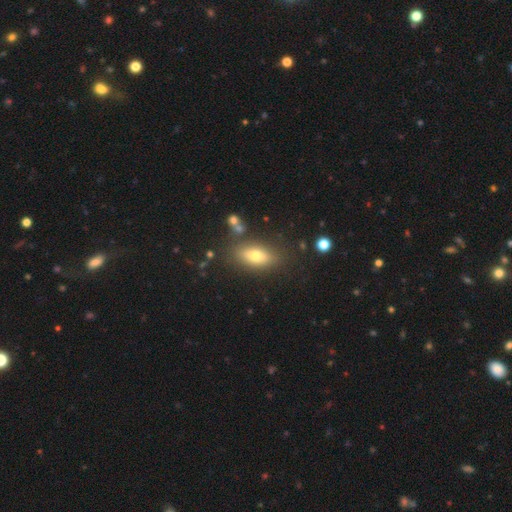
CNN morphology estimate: Smooth or featured? Predicted: smooth (p=0.69). How rounded? Predicted: in between (p=0.81). Merging? Predicted: none (p=0.79).